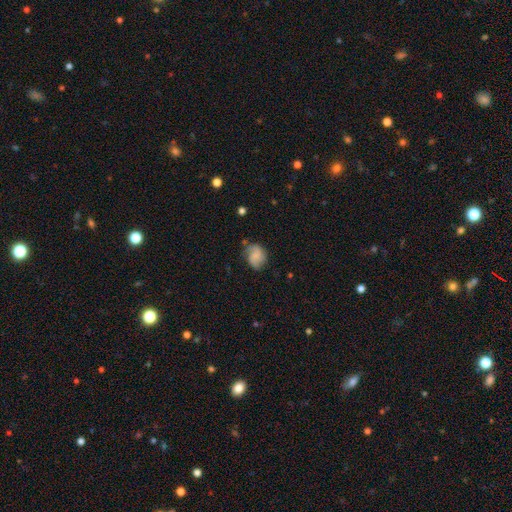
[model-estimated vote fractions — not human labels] Smooth or featured?
  - smooth: 55% *
  - featured or disk: 36%
  - star or artifact: 9%
How rounded?
  - round: 54% *
  - in between: 45%
  - cigar-shaped: 1%
Merging?
  - none: 58% *
  - minor disturbance: 28%
  - major disturbance: 11%
  - merger: 2%